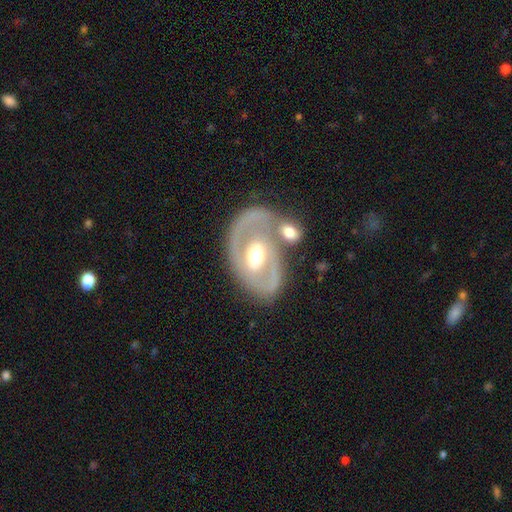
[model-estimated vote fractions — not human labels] This is clearly a featured or disk galaxy (80%). It is clearly not viewed edge-on (95%). Bar: marginally no (44%). Spiral arm pattern: likely yes (74%). Spiral arm count: likely 2 (67%). Spiral winding: possibly tight (47%). Central bulge: likely moderate (73%). Merging: possibly none (56%).